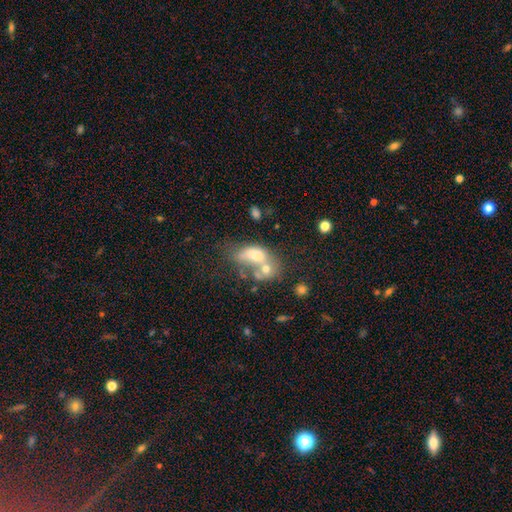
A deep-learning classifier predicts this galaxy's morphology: smooth-or-featured: smooth: 56% | featured or disk: 33% | star or artifact: 11%
  how-rounded: in between: 76% | round: 20% | cigar-shaped: 3%
  merging: merger: 61% | major disturbance: 16% | none: 13% | minor disturbance: 10%